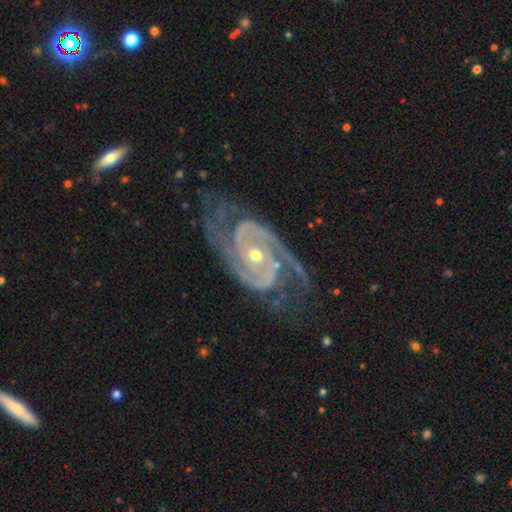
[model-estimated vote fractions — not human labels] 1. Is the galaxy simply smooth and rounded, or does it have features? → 93% featured or disk, 4% star or artifact, 3% smooth.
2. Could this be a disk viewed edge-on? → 97% no, 3% yes.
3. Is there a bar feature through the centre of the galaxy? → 69% no, 21% weak, 11% strong.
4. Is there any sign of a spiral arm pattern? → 99% yes, 1% no.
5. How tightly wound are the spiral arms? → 52% tight, 39% medium, 9% loose.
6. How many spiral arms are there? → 81% 2, 8% 3, 4% can't tell, 3% 4, 2% more than 4, 2% 1.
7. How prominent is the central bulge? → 59% moderate, 37% small, 2% large, 1% none, 1% dominant.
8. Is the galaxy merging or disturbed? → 70% none, 18% minor disturbance, 10% major disturbance, 2% merger.